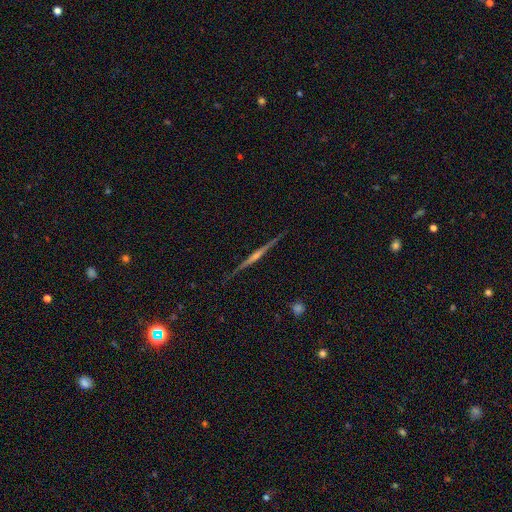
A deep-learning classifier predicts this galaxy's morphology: smooth_or_featured: featured or disk (p=0.78) [alt: smooth p=0.12]
disk_edge_on: yes (p=0.98) [alt: no p=0.02]
edge_on_bulge: rounded (p=0.71) [alt: none p=0.19]
merging: none (p=0.90) [alt: minor disturbance p=0.07]